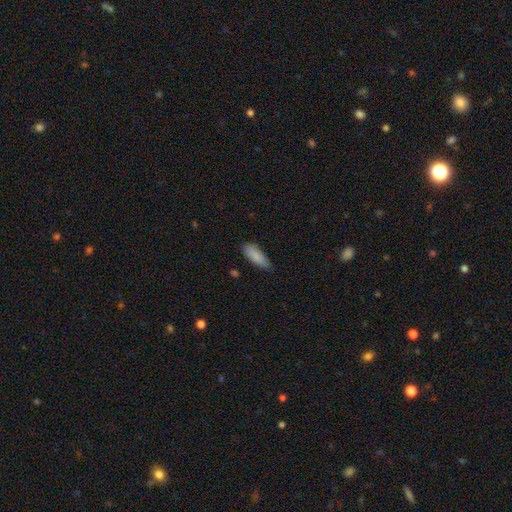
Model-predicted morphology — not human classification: This is clearly a smooth galaxy (86%). How rounded: likely in between (71%). Merging: likely none (66%).